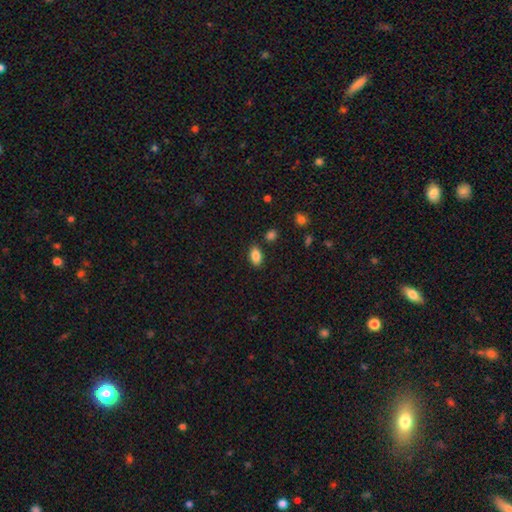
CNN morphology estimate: This appears to be a smooth galaxy with no disk features (86%) that is in between round and cigar-shaped (91%). Merging: none (84%).